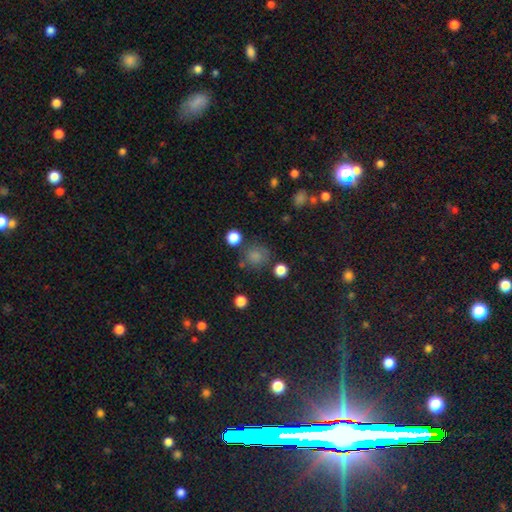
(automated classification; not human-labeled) The model was most divided on "merging": none: 70%, minor disturbance: 16%, major disturbance: 7%, merger: 7%. More confident: how rounded — round (79%); smooth or featured — smooth (78%).